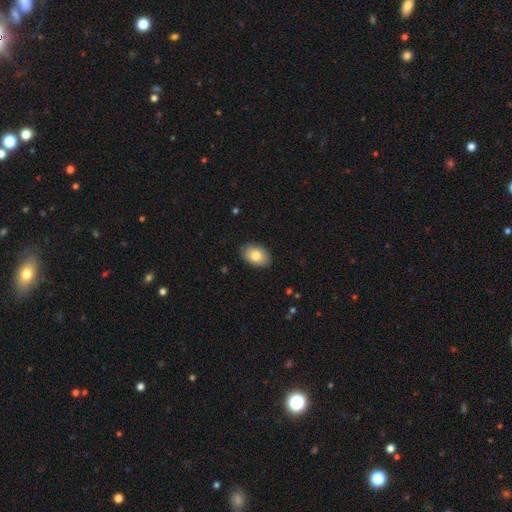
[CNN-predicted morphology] Overall: smooth (81%). How rounded: in between (87%). Merging: none (87%).